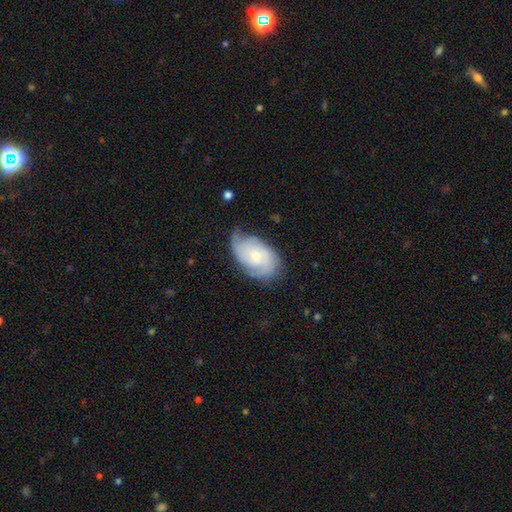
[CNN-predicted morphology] Smooth or featured? featured or disk (72%)
Edge-on disk? no (96%)
Bar? no (74%)
Spiral arms? yes (93%)
Spiral winding? tight (52%)
Spiral arm count? 2 (44%)
Bulge size? small (59%)
Merging? none (64%)